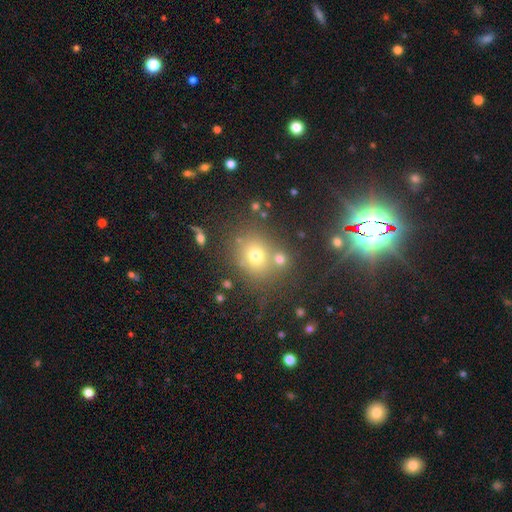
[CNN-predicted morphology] Overall: smooth (67%). How rounded: round (75%). Merging: none (66%).